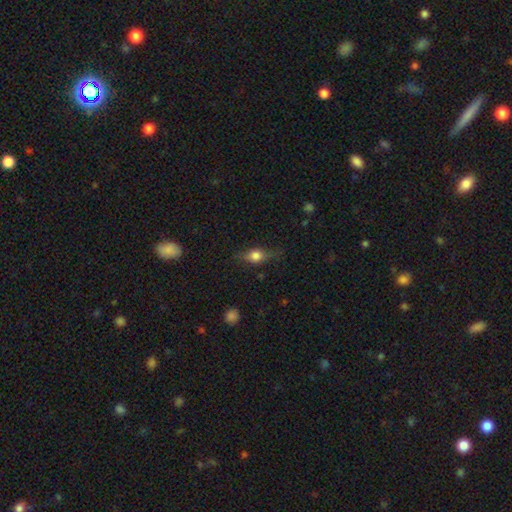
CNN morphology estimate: This appears to be a smooth galaxy with no disk features (58%) that is in between round and cigar-shaped (61%). Merging: none (72%).